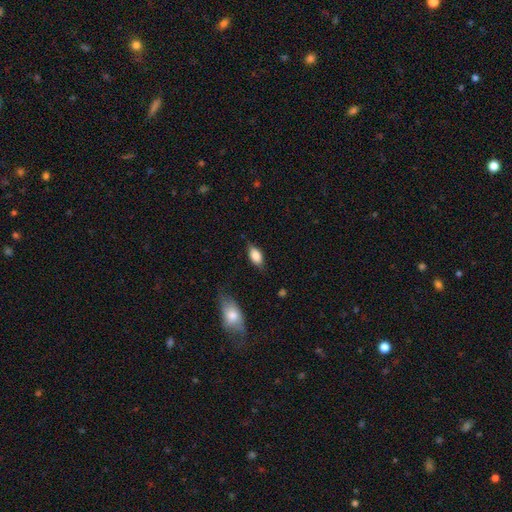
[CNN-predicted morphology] Smooth or featured? smooth (82%)
How rounded? in between (89%)
Merging? none (77%)